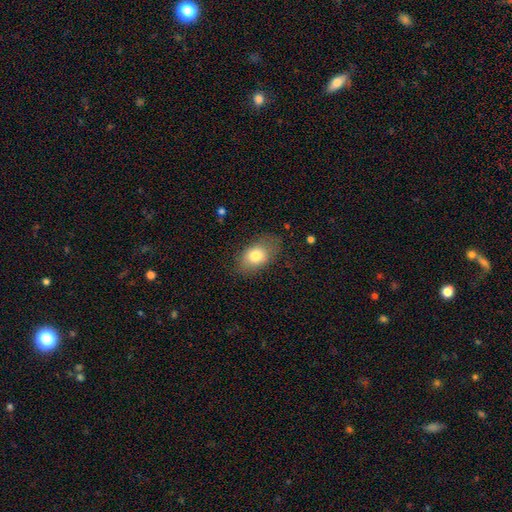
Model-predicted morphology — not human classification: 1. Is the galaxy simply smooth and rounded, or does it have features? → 78% smooth, 14% featured or disk, 8% star or artifact.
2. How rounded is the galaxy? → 85% in between, 13% round, 2% cigar-shaped.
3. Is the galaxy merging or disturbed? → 74% none, 19% minor disturbance, 6% major disturbance, 1% merger.